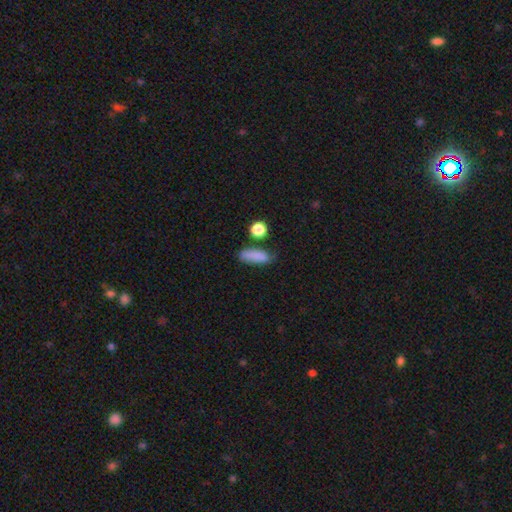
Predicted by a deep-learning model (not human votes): Smooth or featured?
  - smooth: 84% *
  - star or artifact: 9%
  - featured or disk: 7%
How rounded?
  - in between: 57% *
  - cigar-shaped: 36%
  - round: 6%
Merging?
  - none: 69% *
  - minor disturbance: 19%
  - merger: 6%
  - major disturbance: 5%